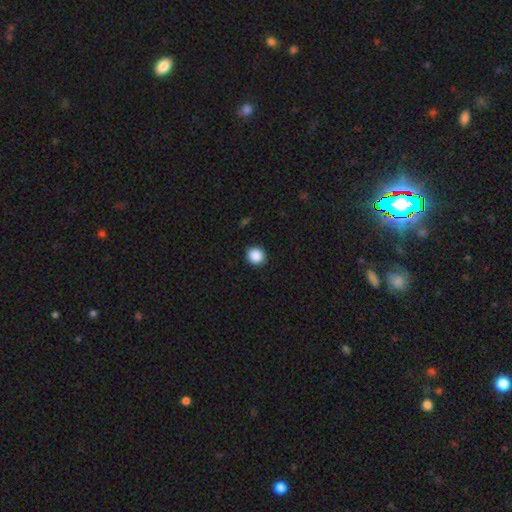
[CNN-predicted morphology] Smooth or featured?
  - smooth: 88% *
  - star or artifact: 9%
  - featured or disk: 2%
How rounded?
  - round: 91% *
  - in between: 8%
  - cigar-shaped: 1%
Merging?
  - none: 91% *
  - minor disturbance: 6%
  - major disturbance: 2%
  - merger: 1%